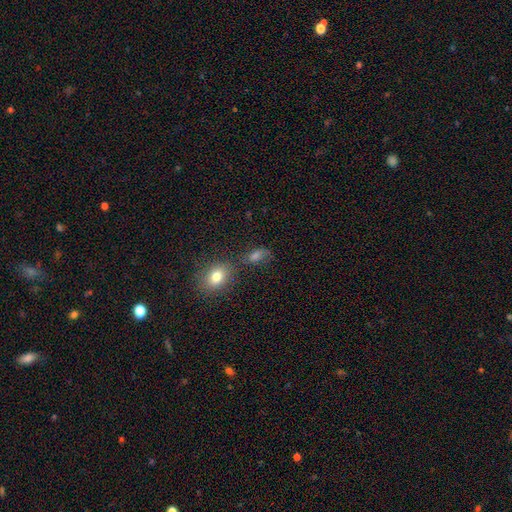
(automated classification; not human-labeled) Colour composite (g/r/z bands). It shows a smooth galaxy with no disk features (66%) that is in between round and cigar-shaped (78%). Merging: none (57%).